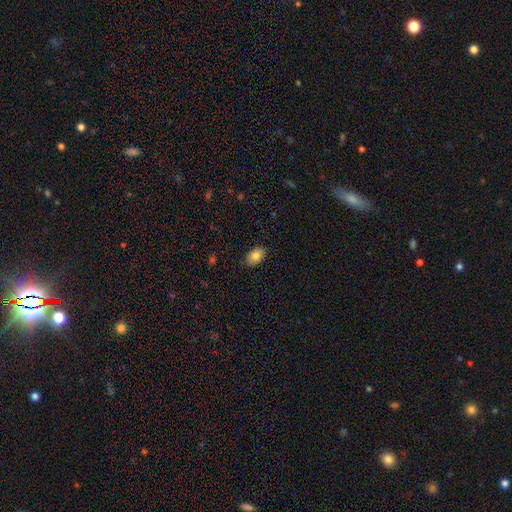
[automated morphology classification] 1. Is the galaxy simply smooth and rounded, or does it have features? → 83% smooth, 9% featured or disk, 8% star or artifact.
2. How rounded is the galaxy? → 89% in between, 10% round, 1% cigar-shaped.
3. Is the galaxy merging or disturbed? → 86% none, 11% minor disturbance, 2% major disturbance, 1% merger.